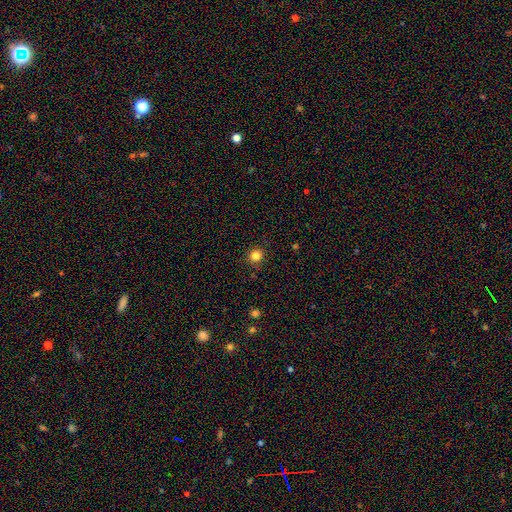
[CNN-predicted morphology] A smooth galaxy with no disk features (82%) that is round (91%).

Vote fractions:
- Smooth or featured? smooth: 82% / star or artifact: 13% / featured or disk: 5%
- How rounded? round: 91% / in between: 8% / cigar-shaped: 1%
- Merging? none: 90% / minor disturbance: 7% / major disturbance: 2% / merger: 1%